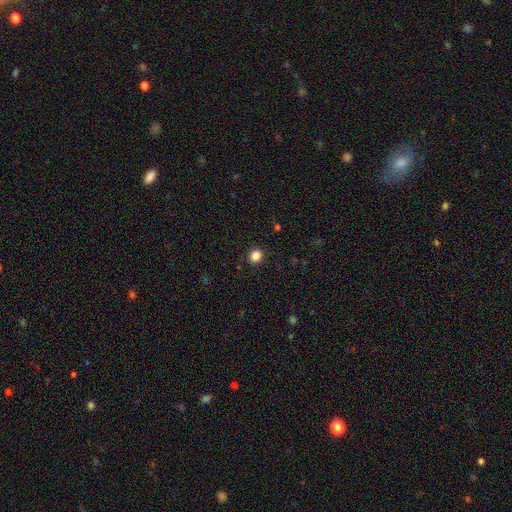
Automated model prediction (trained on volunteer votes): Overall: smooth (85%). How rounded: round (84%). Merging: none (91%).